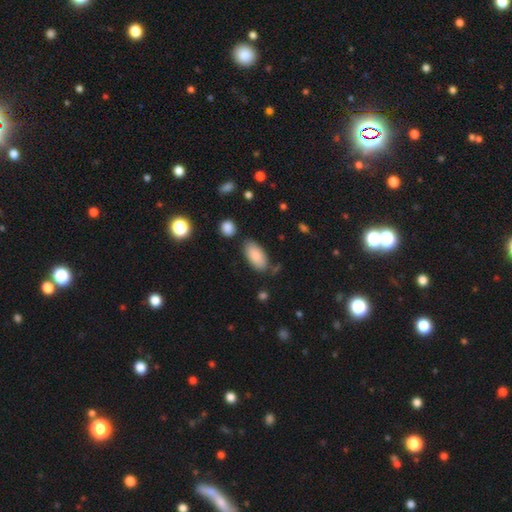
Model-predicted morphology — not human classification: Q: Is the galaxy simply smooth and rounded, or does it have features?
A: smooth — 86%.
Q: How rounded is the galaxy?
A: in between — 92%.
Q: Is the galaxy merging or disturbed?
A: none — 75%.